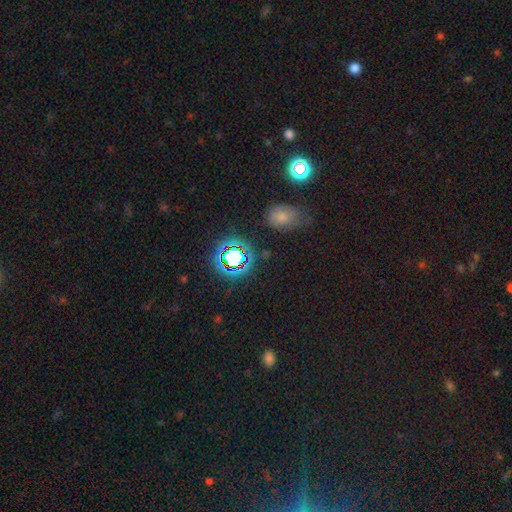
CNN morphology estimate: A star or artifact, not a galaxy (65%).